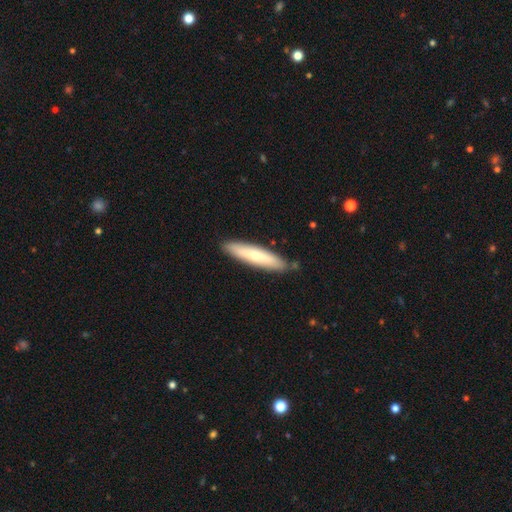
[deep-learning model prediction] Smooth or featured: smooth — 59% (featured or disk — 36%)
How rounded: cigar-shaped — 82% (in between — 16%)
Merging: none — 86% (minor disturbance — 10%)